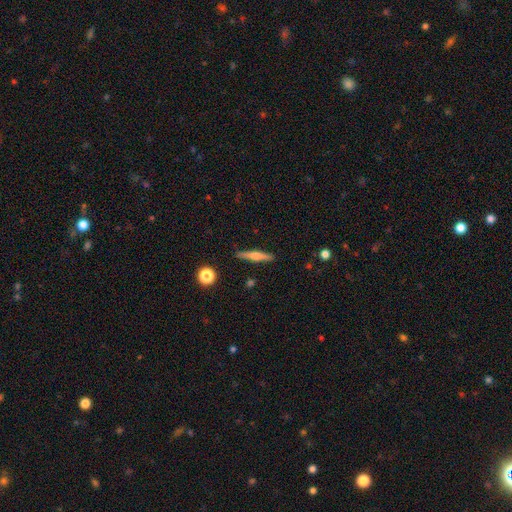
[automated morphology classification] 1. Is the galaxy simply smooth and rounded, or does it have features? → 49% featured or disk, 45% smooth, 7% star or artifact.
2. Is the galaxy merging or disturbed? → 89% none, 7% minor disturbance, 2% major disturbance, 2% merger.